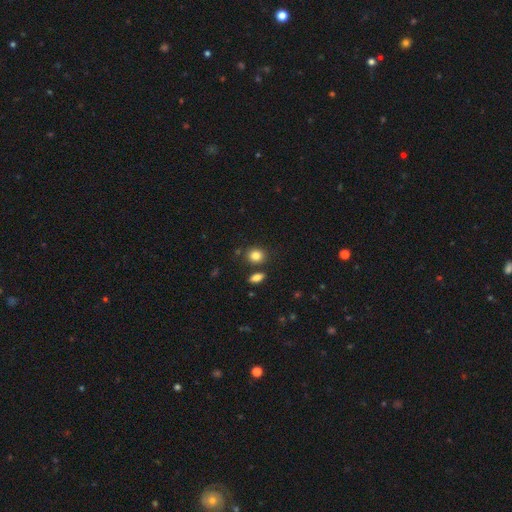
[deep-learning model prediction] A smooth galaxy with no disk features (83%) that is round (62%). Merging: none (78%).